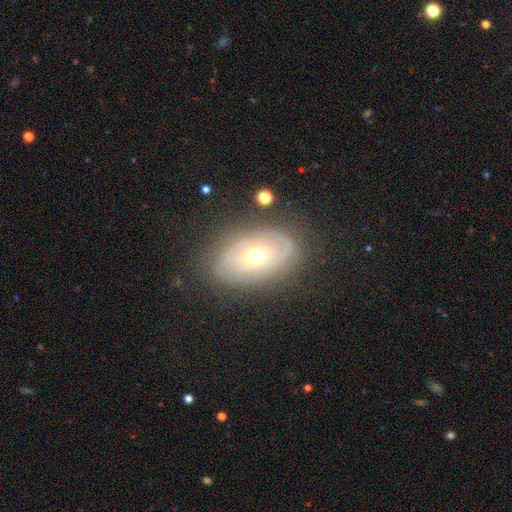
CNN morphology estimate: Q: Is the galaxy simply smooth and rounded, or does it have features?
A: featured or disk — 75%.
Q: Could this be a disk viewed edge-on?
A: no — 93%.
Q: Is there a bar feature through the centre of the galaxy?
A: no — 71%.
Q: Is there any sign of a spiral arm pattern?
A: yes — 75%.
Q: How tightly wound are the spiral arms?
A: tight — 69%.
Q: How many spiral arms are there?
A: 2 — 40%.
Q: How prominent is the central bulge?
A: moderate — 68%.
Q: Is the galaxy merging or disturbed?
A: none — 78%.